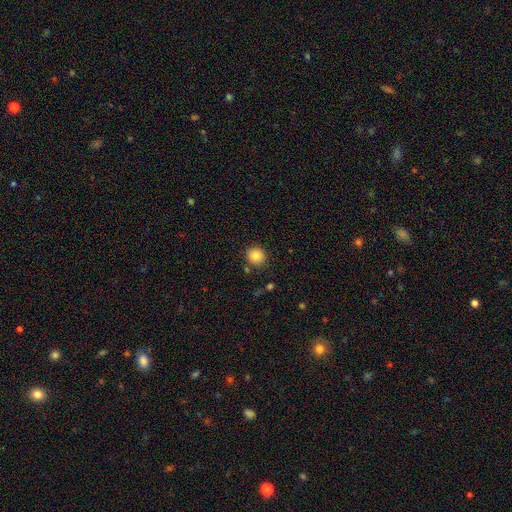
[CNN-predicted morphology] smooth 84%, star or artifact 10%, featured or disk 6%. Down the decision tree: how rounded — round (91%); merging — none (87%).